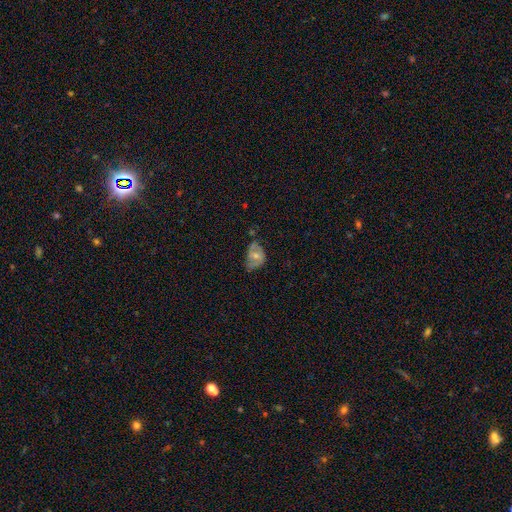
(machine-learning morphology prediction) Overall: smooth (47%; featured or disk 44%). Merging: minor disturbance (39%; none 38%).